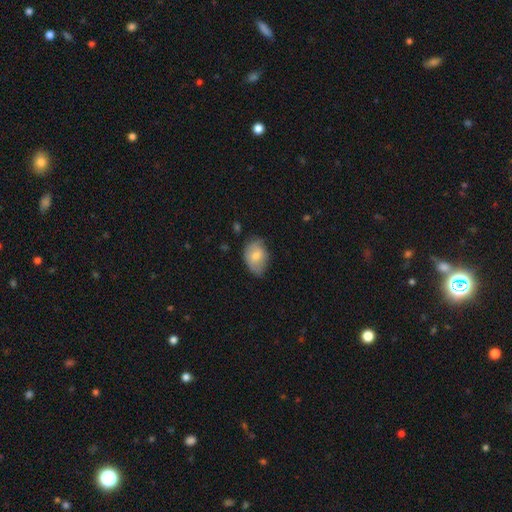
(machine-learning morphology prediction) smooth-or-featured: smooth: 74% | featured or disk: 19% | star or artifact: 7%
  how-rounded: in between: 81% | round: 17% | cigar-shaped: 1%
  merging: none: 57% | minor disturbance: 35% | major disturbance: 7% | merger: 2%